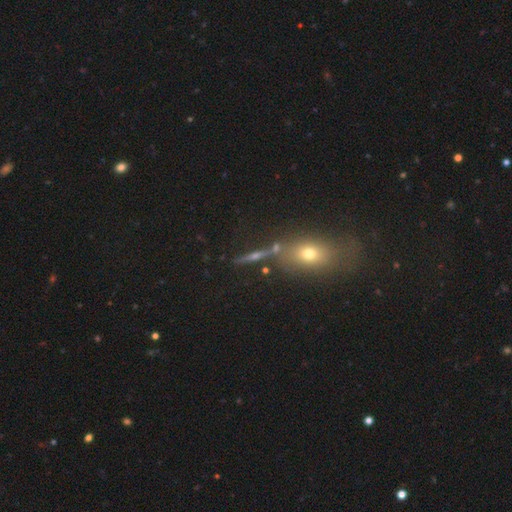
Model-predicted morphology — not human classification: featured or disk 56%, smooth 25%, star or artifact 19%. Down the decision tree: edge-on disk — yes (87%); merging — none (74%).